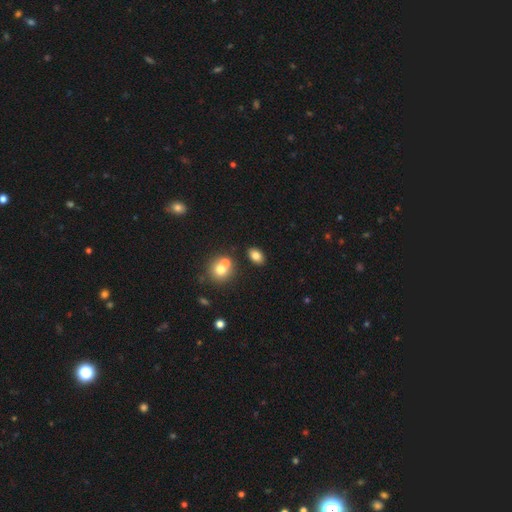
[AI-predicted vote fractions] smooth 78%, star or artifact 11%, featured or disk 11%. Down the decision tree: how rounded — in between (82%); merging — none (79%).